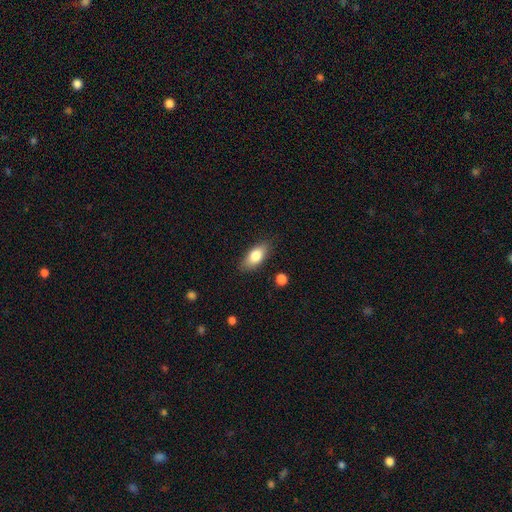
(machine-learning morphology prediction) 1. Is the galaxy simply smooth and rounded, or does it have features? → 79% smooth, 14% featured or disk, 7% star or artifact.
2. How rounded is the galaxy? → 86% in between, 10% cigar-shaped, 4% round.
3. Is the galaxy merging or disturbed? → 84% none, 12% minor disturbance, 3% major disturbance, 1% merger.